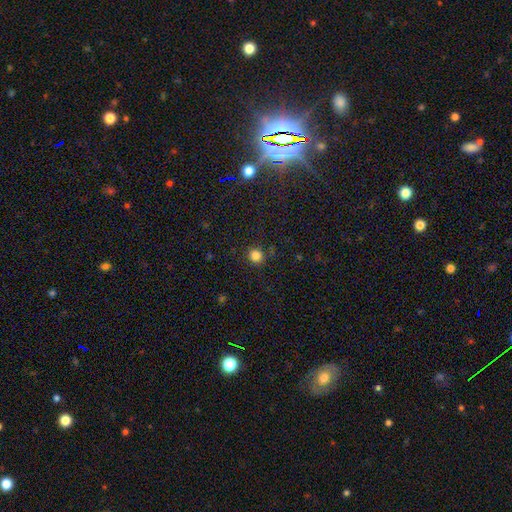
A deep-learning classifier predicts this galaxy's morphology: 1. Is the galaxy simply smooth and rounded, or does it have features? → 83% smooth, 13% star or artifact, 4% featured or disk.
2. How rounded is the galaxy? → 92% round, 7% in between, 1% cigar-shaped.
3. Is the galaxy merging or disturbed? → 87% none, 8% minor disturbance, 3% major disturbance, 2% merger.